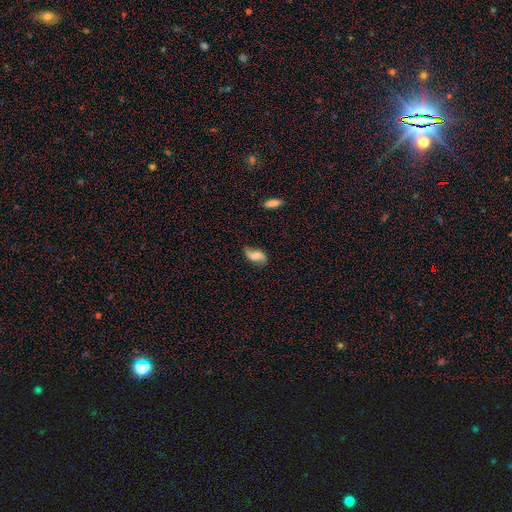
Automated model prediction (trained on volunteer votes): Smooth or featured?
  - featured or disk: 53% *
  - smooth: 38%
  - star or artifact: 9%
Edge-on disk?
  - no: 95% *
  - yes: 5%
Bar?
  - no: 48% *
  - weak: 38%
  - strong: 15%
Spiral arms?
  - yes: 91% *
  - no: 9%
Bulge size?
  - none: 40% *
  - moderate: 21%
  - small: 21%
  - large: 14%
  - dominant: 4%
Merging?
  - none: 68% *
  - minor disturbance: 22%
  - major disturbance: 7%
  - merger: 3%